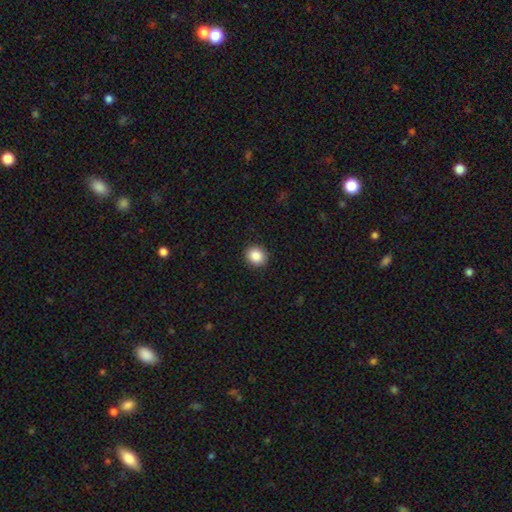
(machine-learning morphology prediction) This appears to be a smooth galaxy with no disk features (87%) that is round (80%). Merging: none (92%).